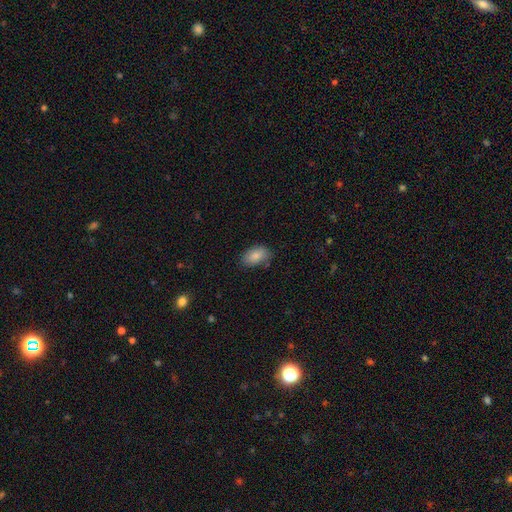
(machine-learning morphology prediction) Q: Smooth or featured?
A: smooth (86%); runner-up: featured or disk (7%)
Q: How rounded?
A: in between (92%); runner-up: round (6%)
Q: Merging?
A: none (79%); runner-up: minor disturbance (16%)